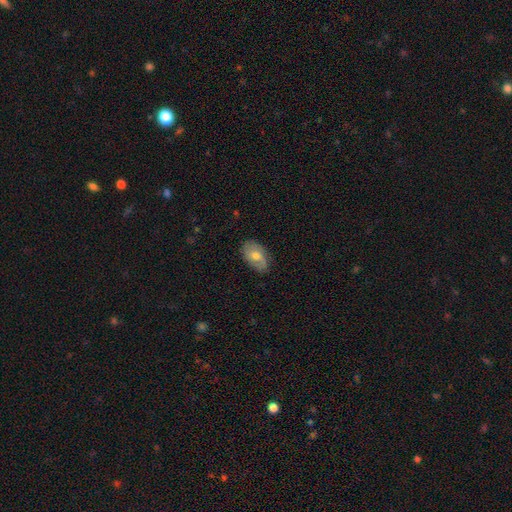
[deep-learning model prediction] Smooth or featured? smooth (56%)
How rounded? in between (91%)
Merging? none (79%)